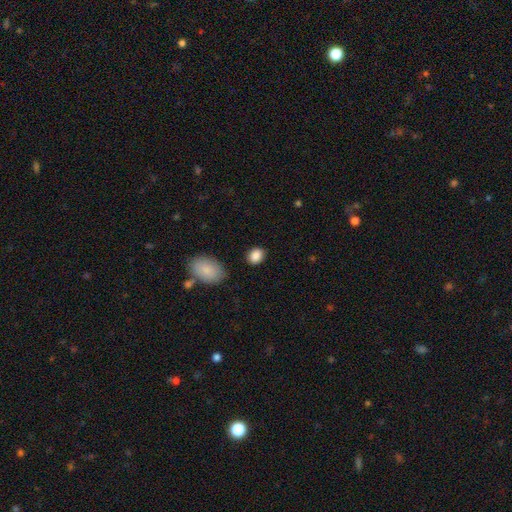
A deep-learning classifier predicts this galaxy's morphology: Q: Smooth or featured?
A: smooth (87%); runner-up: star or artifact (8%)
Q: How rounded?
A: in between (54%); runner-up: round (44%)
Q: Merging?
A: none (84%); runner-up: minor disturbance (11%)